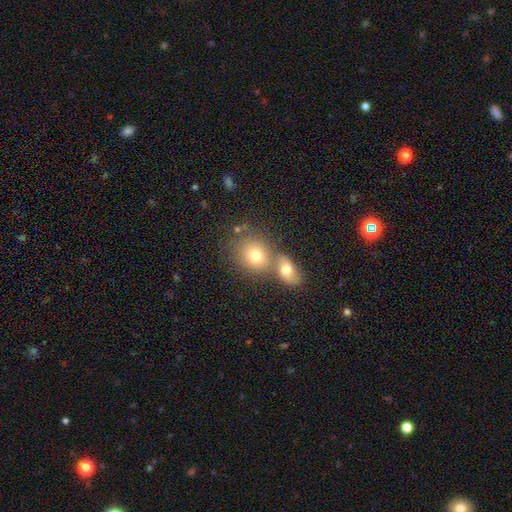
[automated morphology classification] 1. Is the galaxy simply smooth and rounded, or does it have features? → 73% smooth, 15% featured or disk, 12% star or artifact.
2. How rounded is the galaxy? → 62% round, 37% in between, 1% cigar-shaped.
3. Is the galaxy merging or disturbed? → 44% merger, 43% none, 9% minor disturbance, 4% major disturbance.